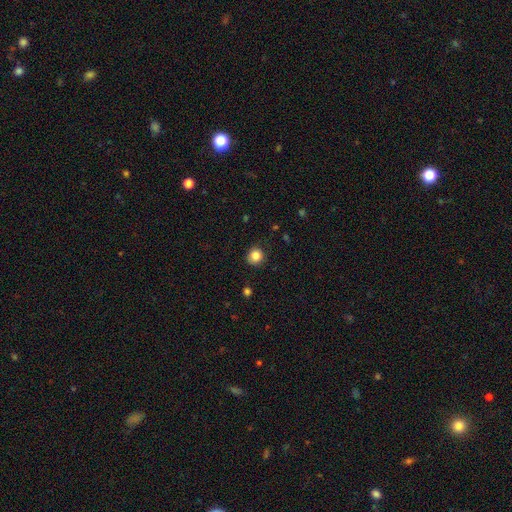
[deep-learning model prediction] Smooth or featured? smooth (84%)
How rounded? round (91%)
Merging? none (89%)